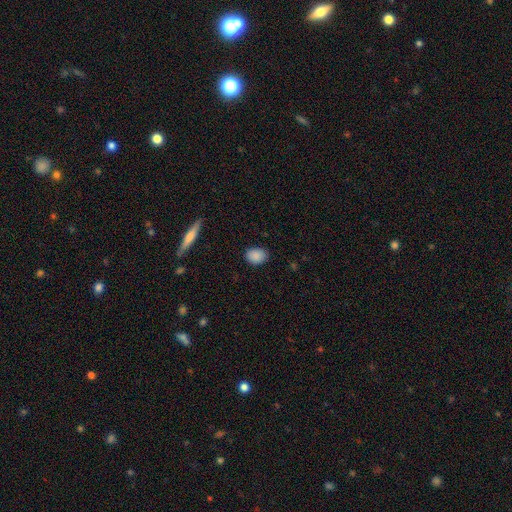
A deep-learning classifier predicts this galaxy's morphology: smooth_or_featured: smooth (p=0.88) [alt: star or artifact p=0.08]
how_rounded: in between (p=0.59) [alt: round p=0.40]
merging: none (p=0.85) [alt: minor disturbance p=0.11]